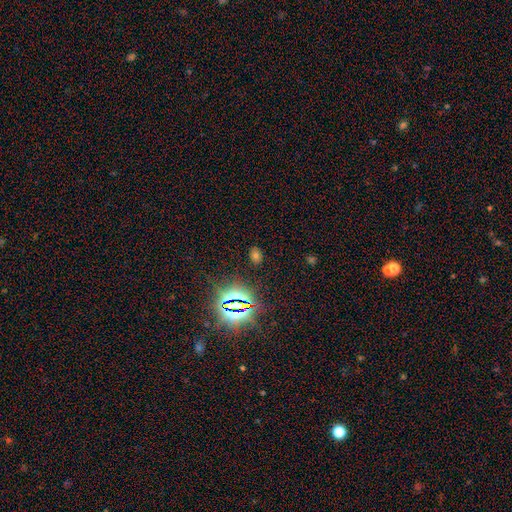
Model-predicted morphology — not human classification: smooth 52%, star or artifact 39%, featured or disk 9%. Down the decision tree: how rounded — in between (71%); merging — none (85%).